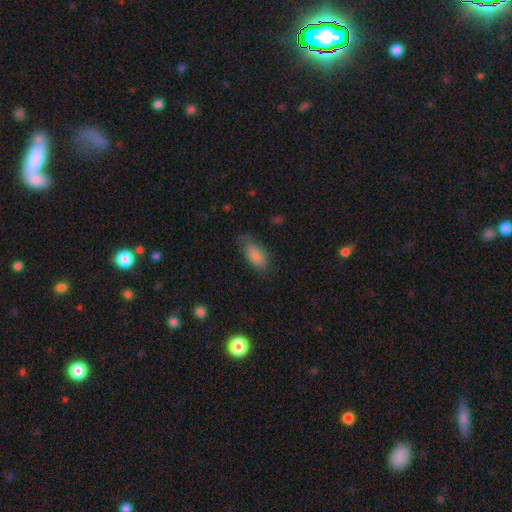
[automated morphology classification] smooth-or-featured: smooth: 82% | featured or disk: 11% | star or artifact: 7%
  how-rounded: in between: 91% | cigar-shaped: 6% | round: 3%
  merging: none: 59% | minor disturbance: 28% | major disturbance: 11% | merger: 2%